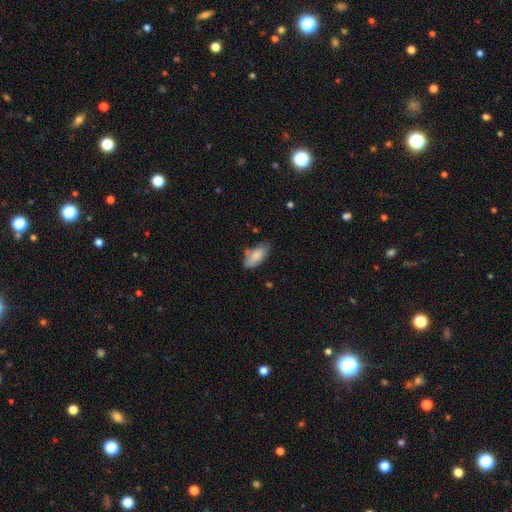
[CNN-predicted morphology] Smooth or featured?
  - smooth: 82% *
  - featured or disk: 12%
  - star or artifact: 6%
How rounded?
  - in between: 90% *
  - cigar-shaped: 8%
  - round: 2%
Merging?
  - none: 62% *
  - minor disturbance: 27%
  - major disturbance: 6%
  - merger: 5%